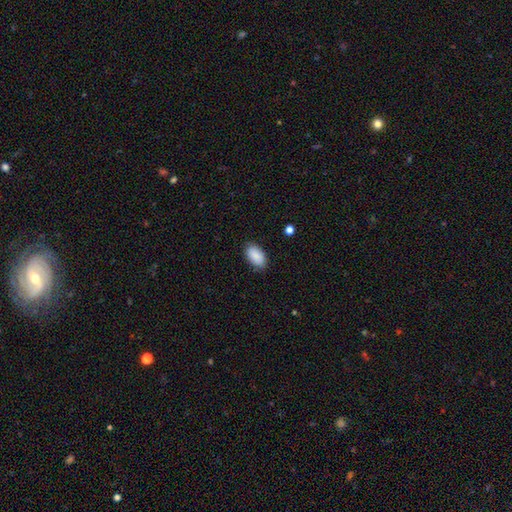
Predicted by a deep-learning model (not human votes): Q: Smooth or featured?
A: smooth (89%); runner-up: star or artifact (6%)
Q: How rounded?
A: in between (94%); runner-up: round (4%)
Q: Merging?
A: none (85%); runner-up: minor disturbance (11%)